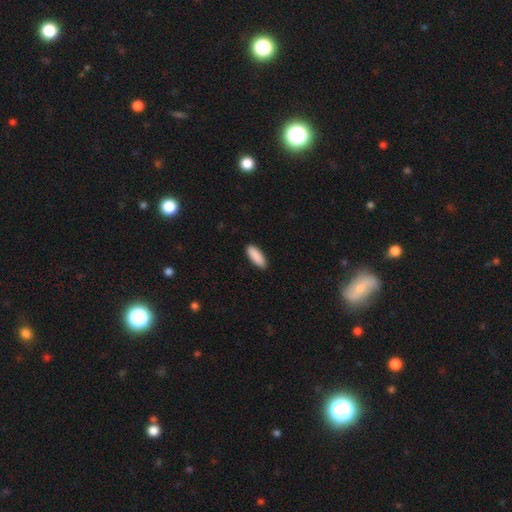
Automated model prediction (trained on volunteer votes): This appears to be a smooth galaxy with no disk features (91%) that is in between round and cigar-shaped (69%). Merging: none (89%).